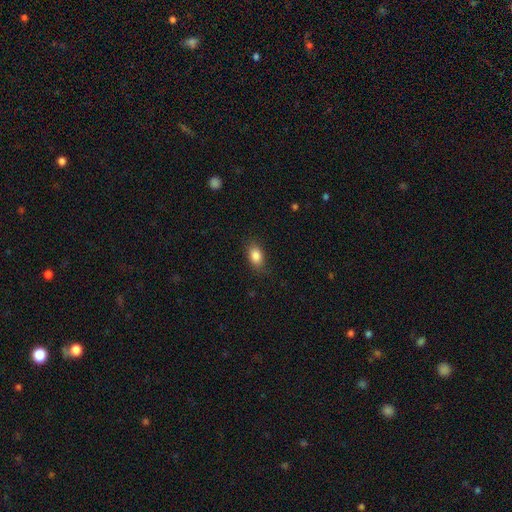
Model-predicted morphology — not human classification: This appears to be a smooth galaxy with no disk features (86%) that is in between round and cigar-shaped (85%). Merging: none (82%).